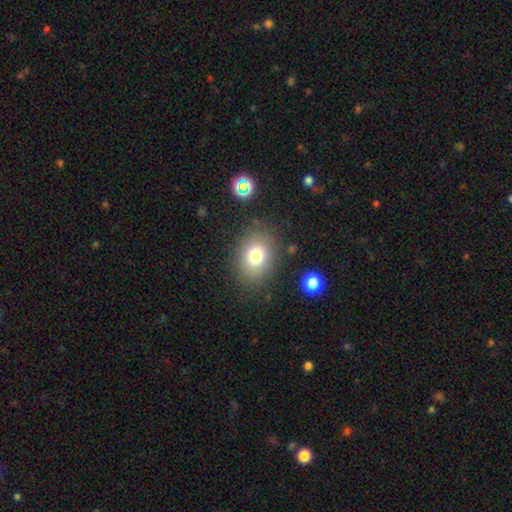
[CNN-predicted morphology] A smooth galaxy with no disk features (77%) that is in between round and cigar-shaped (60%). Merging: none (82%).